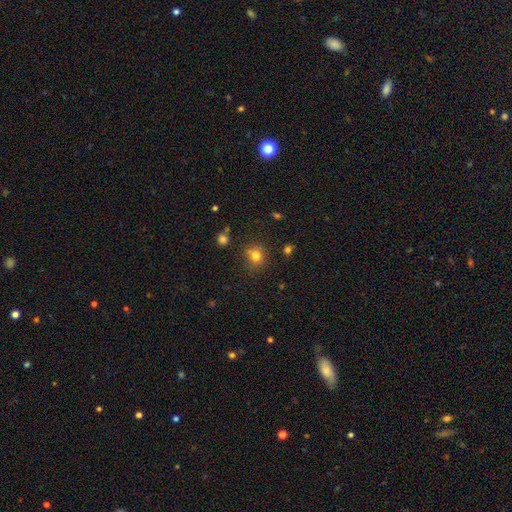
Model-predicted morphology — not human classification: A smooth galaxy with no disk features (77%) that is round (83%).

Vote fractions:
- Smooth or featured? smooth: 77% / star or artifact: 16% / featured or disk: 7%
- How rounded? round: 83% / in between: 16% / cigar-shaped: 1%
- Merging? none: 75% / minor disturbance: 13% / merger: 9% / major disturbance: 4%